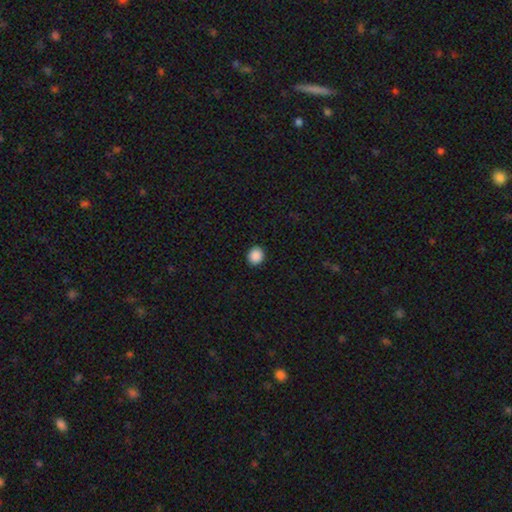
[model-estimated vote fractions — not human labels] smooth-or-featured: smooth: 89% | star or artifact: 9% | featured or disk: 2%
  how-rounded: round: 79% | in between: 20% | cigar-shaped: 1%
  merging: none: 92% | minor disturbance: 5% | major disturbance: 2% | merger: 1%